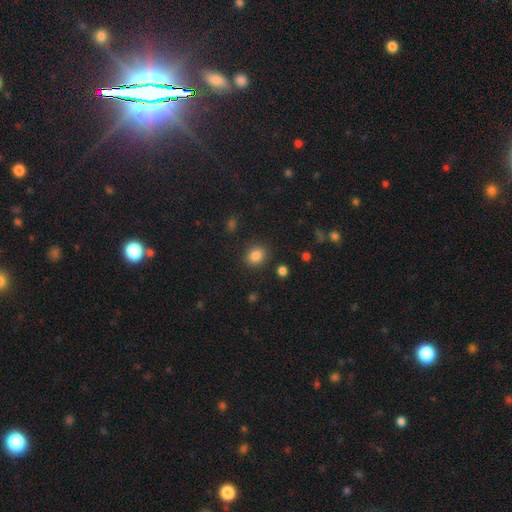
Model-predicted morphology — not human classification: Smooth or featured? smooth (84%)
How rounded? round (63%)
Merging? none (87%)